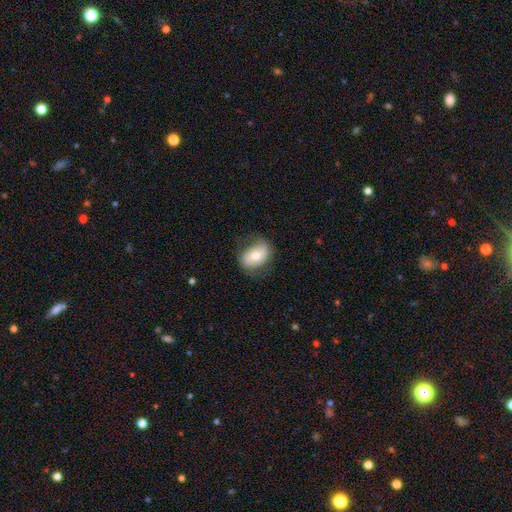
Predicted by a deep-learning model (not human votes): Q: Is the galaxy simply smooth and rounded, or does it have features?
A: smooth — 59%.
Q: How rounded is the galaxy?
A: in between — 77%.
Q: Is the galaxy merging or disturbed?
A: none — 73%.